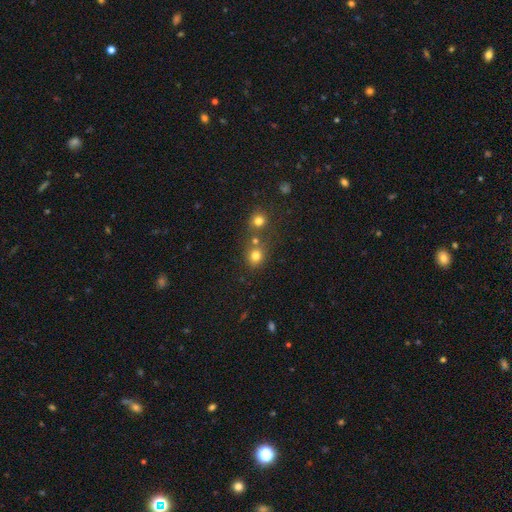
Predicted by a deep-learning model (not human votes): Morphology: type=smooth (76%); roundness=round (80%); merging=none (59%).